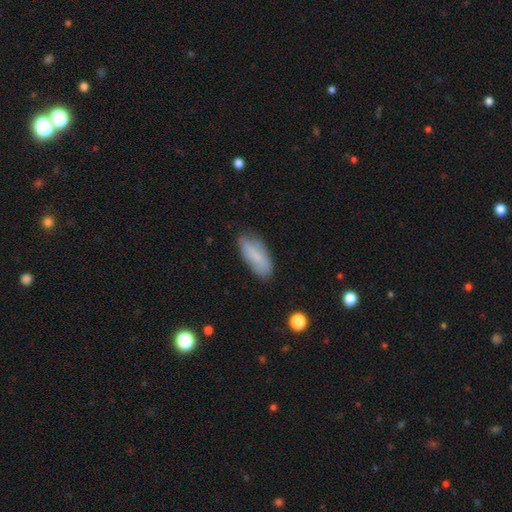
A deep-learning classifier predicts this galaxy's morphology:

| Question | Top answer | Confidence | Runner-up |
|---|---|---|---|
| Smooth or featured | smooth | 76% | featured or disk (17%) |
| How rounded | in between | 75% | cigar-shaped (23%) |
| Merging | none | 72% | minor disturbance (22%) |